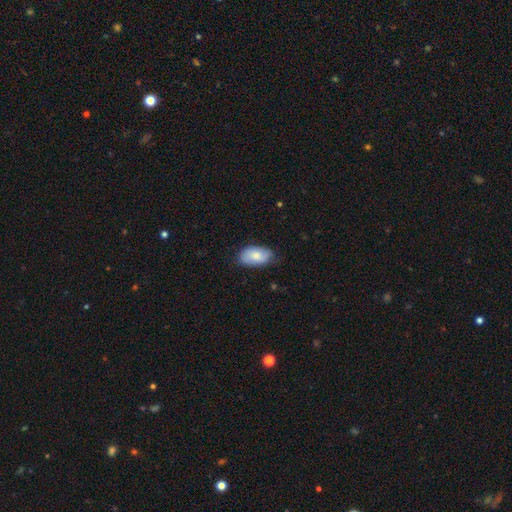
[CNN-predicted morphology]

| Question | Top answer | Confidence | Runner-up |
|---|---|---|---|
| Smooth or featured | smooth | 77% | featured or disk (17%) |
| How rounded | in between | 94% | round (5%) |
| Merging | none | 72% | minor disturbance (23%) |